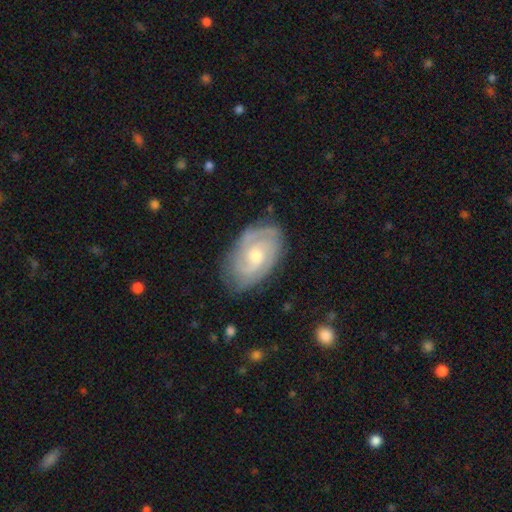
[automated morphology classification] Smooth or featured? Predicted: featured or disk (p=0.86). Edge-on disk? Predicted: no (p=0.97). Bar? Predicted: no (p=0.62). Spiral arms? Predicted: yes (p=0.97). Spiral winding? Predicted: tight (p=0.62). Spiral arm count? Predicted: 2 (p=0.50). Bulge size? Predicted: moderate (p=0.49). Merging? Predicted: none (p=0.79).